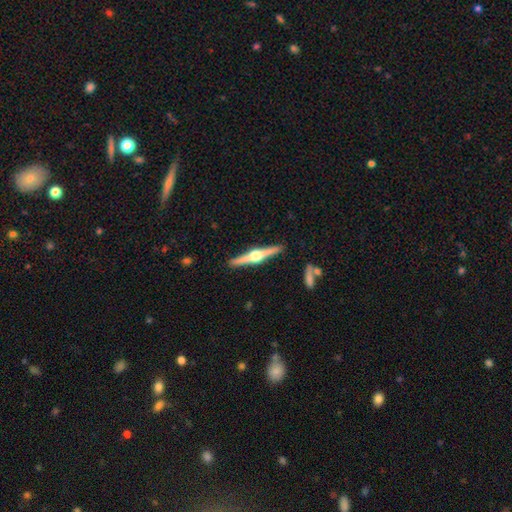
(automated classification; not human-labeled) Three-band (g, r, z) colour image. It shows a featured or disk galaxy (83%) viewed edge-on (98%) with a rounded central bulge (96%). Merging: none (91%).